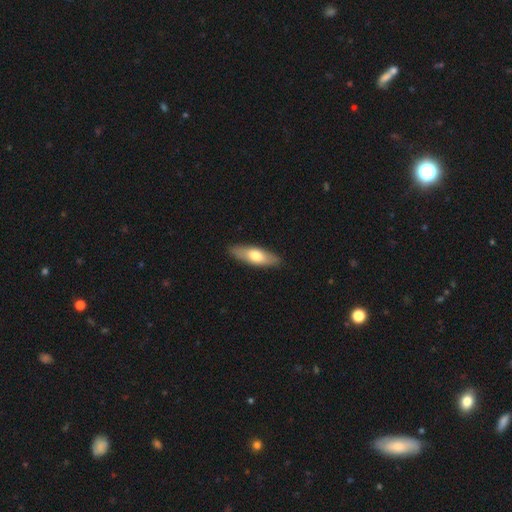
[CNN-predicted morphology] Smooth or featured?
  - smooth: 64% *
  - featured or disk: 31%
  - star or artifact: 5%
How rounded?
  - in between: 54% *
  - cigar-shaped: 43%
  - round: 2%
Merging?
  - none: 88% *
  - minor disturbance: 9%
  - major disturbance: 2%
  - merger: 1%